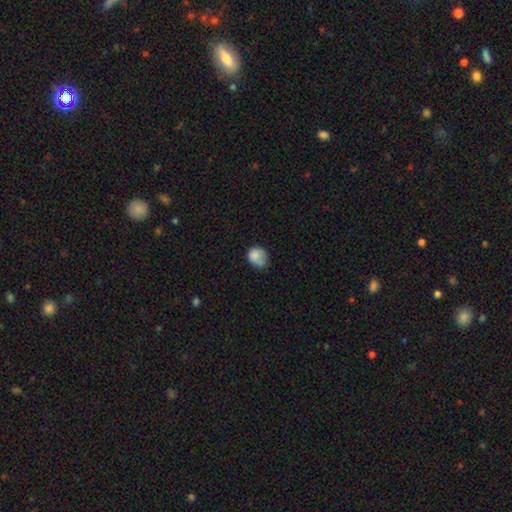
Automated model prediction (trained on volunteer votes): The model was most divided on "merging": none: 48%, minor disturbance: 34%, major disturbance: 11%, merger: 8%. More confident: smooth or featured — smooth (79%); how rounded — round (58%).